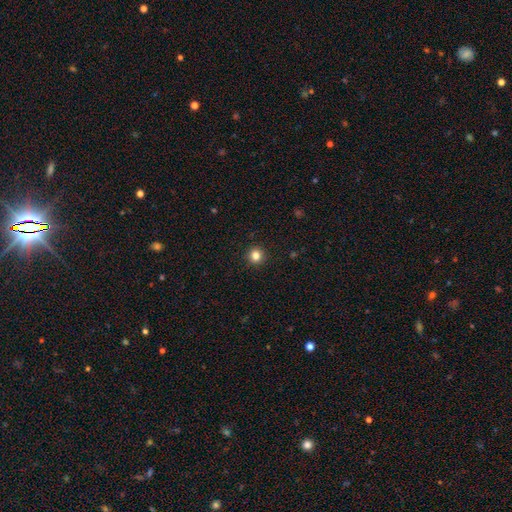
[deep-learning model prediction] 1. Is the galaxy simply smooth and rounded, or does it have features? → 83% smooth, 12% star or artifact, 5% featured or disk.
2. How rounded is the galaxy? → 95% round, 4% in between, 1% cigar-shaped.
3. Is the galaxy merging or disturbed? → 93% none, 4% minor disturbance, 1% major disturbance, 1% merger.